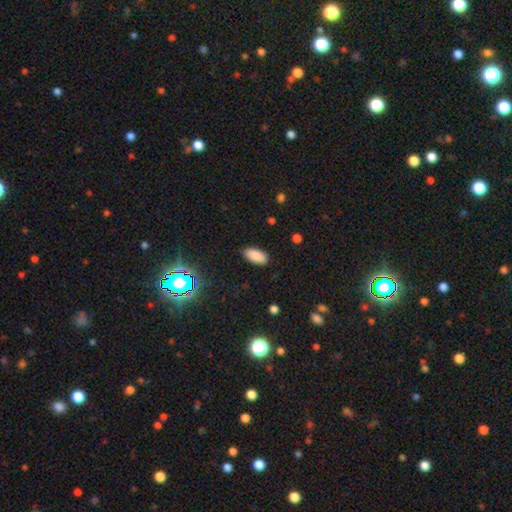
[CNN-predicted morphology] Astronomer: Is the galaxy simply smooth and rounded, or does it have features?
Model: smooth — 87%.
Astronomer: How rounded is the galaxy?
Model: in between — 91%.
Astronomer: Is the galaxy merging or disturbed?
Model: none — 87%.